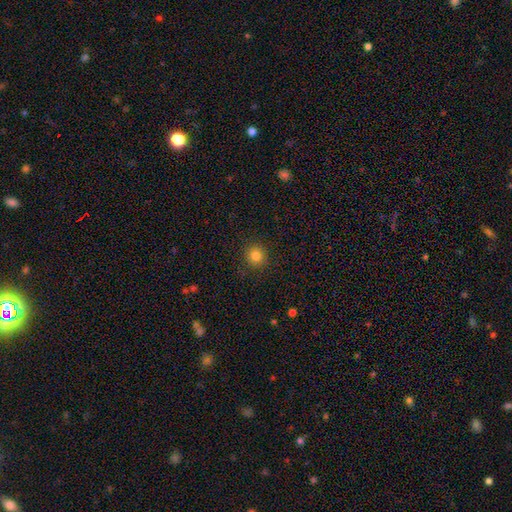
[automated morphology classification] Smooth or featured? Predicted: smooth (p=0.82). How rounded? Predicted: round (p=0.92). Merging? Predicted: none (p=0.90).